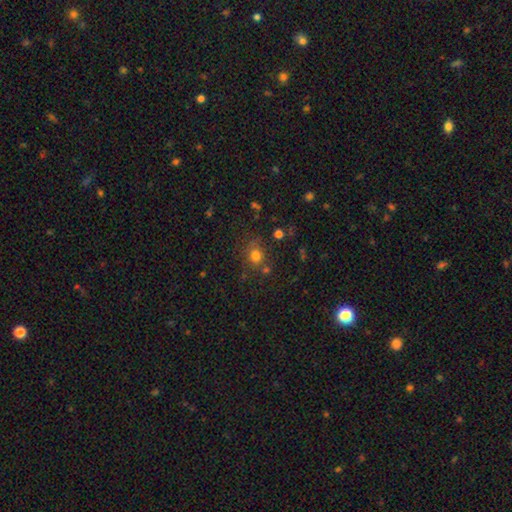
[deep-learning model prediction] smooth_or_featured: smooth (p=0.75) [alt: star or artifact p=0.17]
how_rounded: round (p=0.81) [alt: in between p=0.18]
merging: none (p=0.73) [alt: minor disturbance p=0.13]